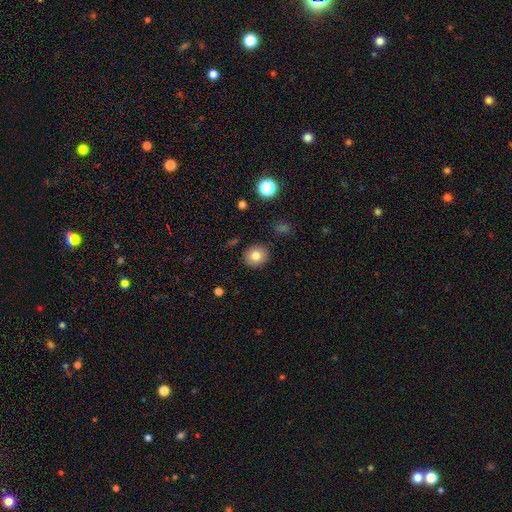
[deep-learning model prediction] smooth_or_featured: smooth (p=0.83) [alt: star or artifact p=0.10]
how_rounded: round (p=0.82) [alt: in between p=0.17]
merging: none (p=0.88) [alt: minor disturbance p=0.08]